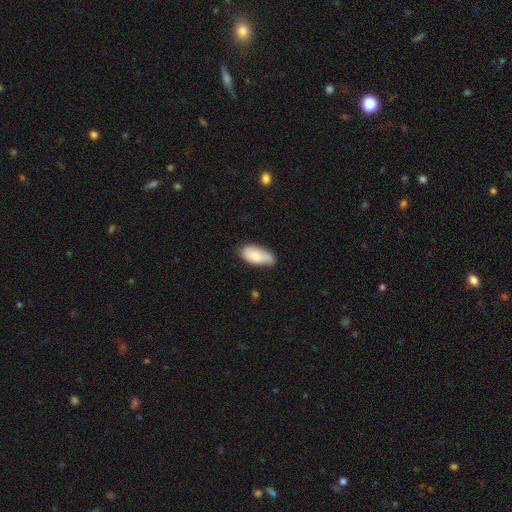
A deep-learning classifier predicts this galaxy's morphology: Q: Smooth or featured?
A: smooth (80%); runner-up: featured or disk (13%)
Q: How rounded?
A: in between (92%); runner-up: cigar-shaped (5%)
Q: Merging?
A: none (51%); runner-up: minor disturbance (38%)